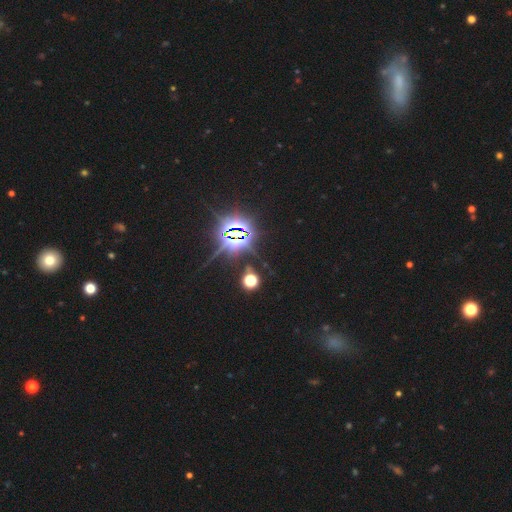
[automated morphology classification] Overall: star or artifact (82%).